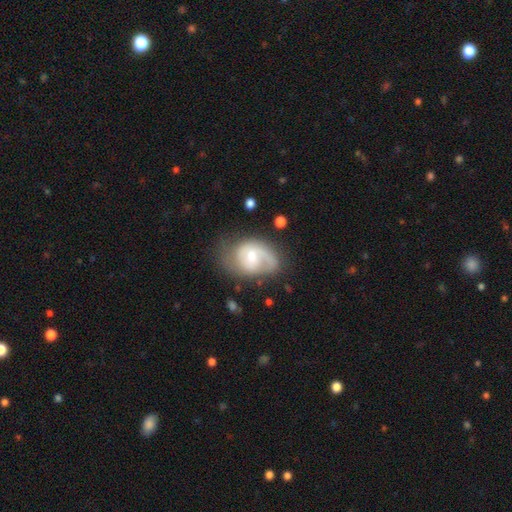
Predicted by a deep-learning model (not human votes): Smooth or featured? featured or disk (75%)
Edge-on disk? no (97%)
Bar? no (47%)
Spiral arms? yes (90%)
Spiral winding? medium (43%)
Spiral arm count? 2 (54%)
Bulge size? small (47%)
Merging? none (63%)